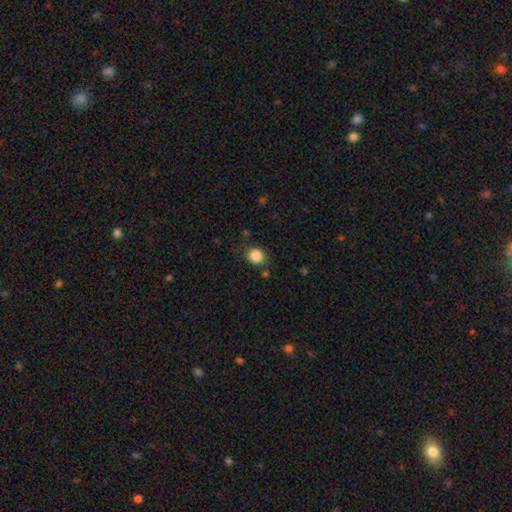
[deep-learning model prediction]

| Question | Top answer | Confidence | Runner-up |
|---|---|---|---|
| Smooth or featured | smooth | 87% | star or artifact (10%) |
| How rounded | round | 78% | in between (21%) |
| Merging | none | 79% | minor disturbance (14%) |